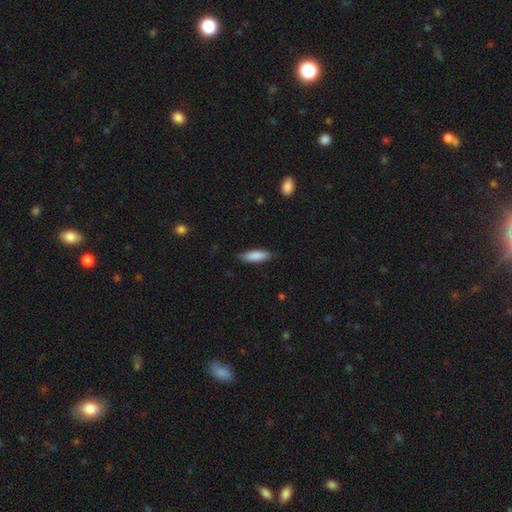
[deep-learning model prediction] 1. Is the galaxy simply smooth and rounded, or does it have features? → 85% smooth, 9% featured or disk, 6% star or artifact.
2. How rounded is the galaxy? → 51% in between, 47% cigar-shaped, 2% round.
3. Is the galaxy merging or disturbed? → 84% none, 12% minor disturbance, 2% major disturbance, 1% merger.